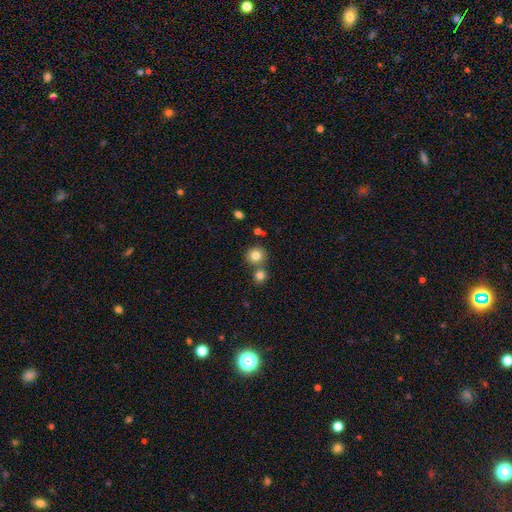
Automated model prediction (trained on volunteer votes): smooth 81%, star or artifact 11%, featured or disk 8%. Down the decision tree: how rounded — round (89%); merging — none (64%).